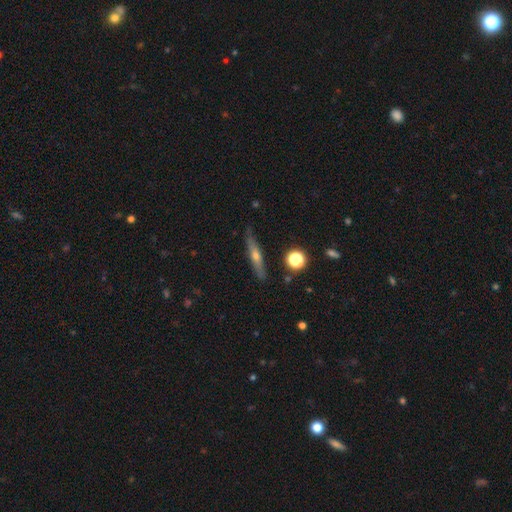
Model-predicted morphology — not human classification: Smooth or featured?
  - featured or disk: 56% *
  - smooth: 36%
  - star or artifact: 8%
Edge-on disk?
  - yes: 92% *
  - no: 8%
Edge-on bulge?
  - rounded: 80% *
  - none: 16%
  - boxy: 4%
Merging?
  - none: 85% *
  - minor disturbance: 11%
  - major disturbance: 2%
  - merger: 2%